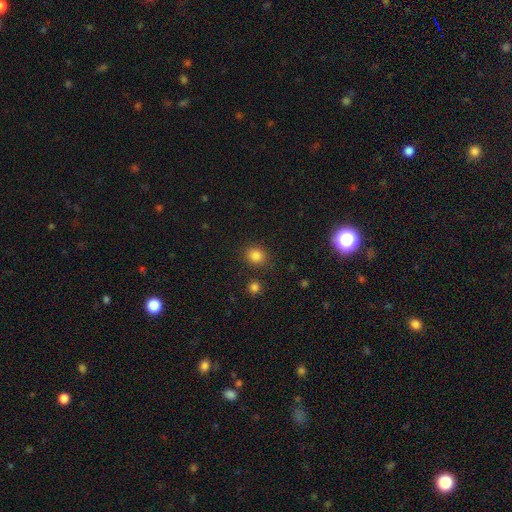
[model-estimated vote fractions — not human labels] Q: Smooth or featured?
A: smooth (84%); runner-up: star or artifact (12%)
Q: How rounded?
A: round (77%); runner-up: in between (22%)
Q: Merging?
A: none (84%); runner-up: minor disturbance (9%)